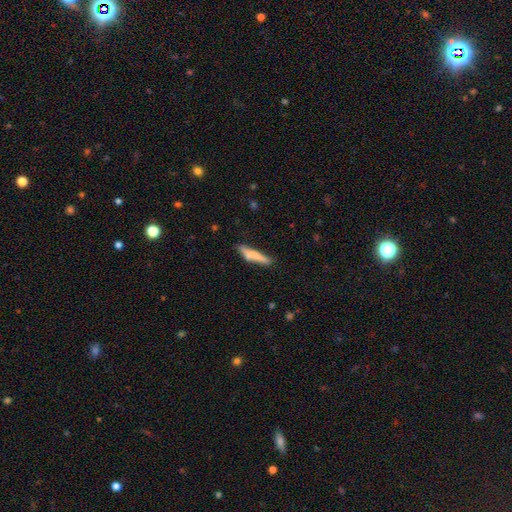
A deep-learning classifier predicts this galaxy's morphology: Smooth or featured: smooth — 71% (featured or disk — 22%)
How rounded: cigar-shaped — 90% (in between — 9%)
Merging: none — 77% (minor disturbance — 17%)